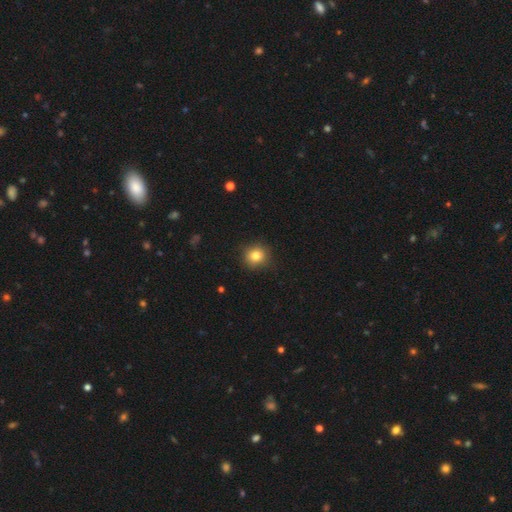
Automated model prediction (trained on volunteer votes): Q: Smooth or featured?
A: smooth (82%); runner-up: star or artifact (11%)
Q: How rounded?
A: round (88%); runner-up: in between (11%)
Q: Merging?
A: none (87%); runner-up: minor disturbance (9%)